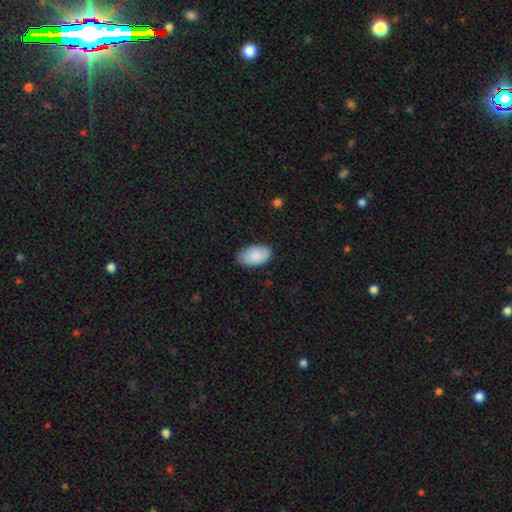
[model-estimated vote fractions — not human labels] Overall: smooth (88%). How rounded: in between (95%). Merging: none (84%).